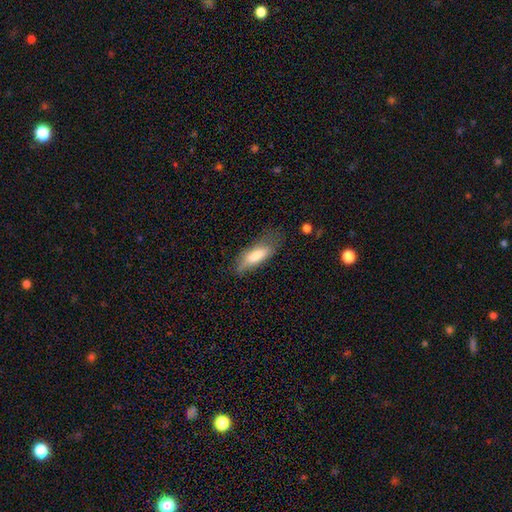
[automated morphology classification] Overall: smooth (73%). How rounded: in between (55%; cigar-shaped 43%). Merging: none (54%; minor disturbance 30%).